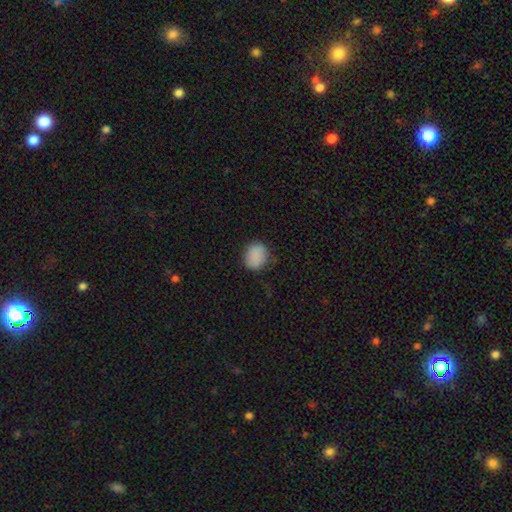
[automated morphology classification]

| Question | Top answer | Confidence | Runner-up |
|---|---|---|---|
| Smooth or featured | smooth | 87% | star or artifact (8%) |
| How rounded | round | 62% | in between (37%) |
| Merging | none | 80% | minor disturbance (15%) |